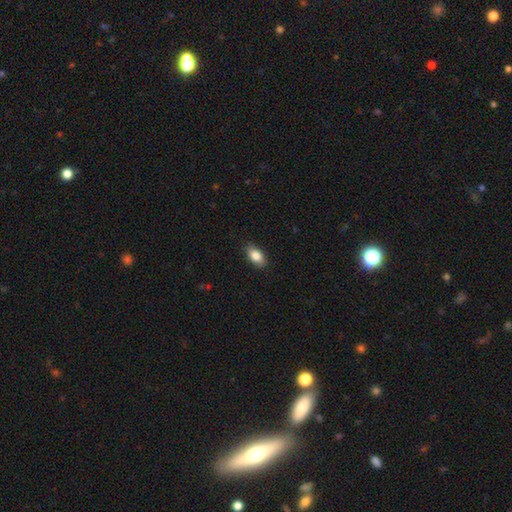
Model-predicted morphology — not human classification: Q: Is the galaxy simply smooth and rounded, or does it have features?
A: smooth — 85%.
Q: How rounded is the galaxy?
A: in between — 91%.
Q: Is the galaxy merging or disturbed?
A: none — 87%.